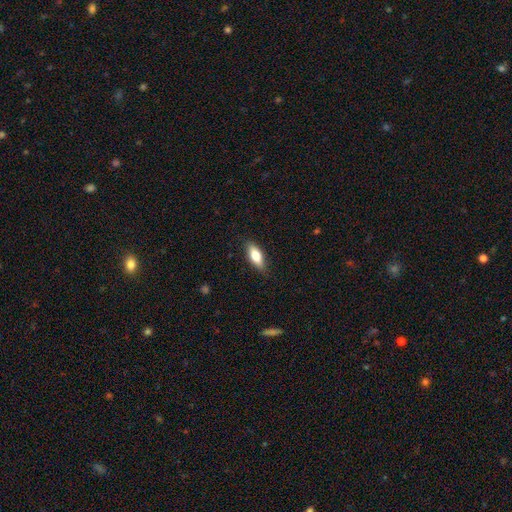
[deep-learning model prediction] Smooth or featured? smooth (74%)
How rounded? in between (75%)
Merging? none (85%)